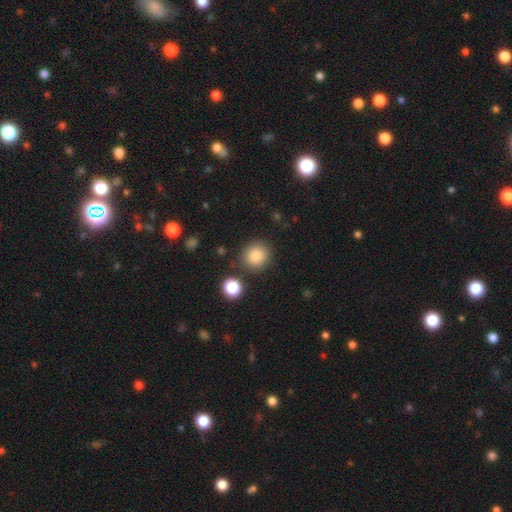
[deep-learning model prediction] smooth 85%, star or artifact 10%, featured or disk 5%. Down the decision tree: how rounded — round (87%); merging — none (84%).